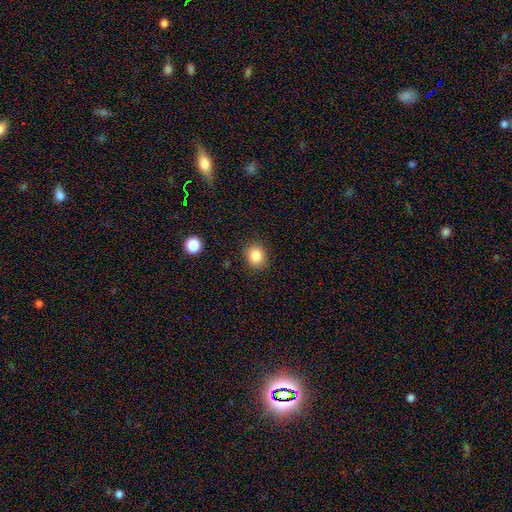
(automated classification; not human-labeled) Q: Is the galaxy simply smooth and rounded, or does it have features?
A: smooth — 85%.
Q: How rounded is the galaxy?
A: round — 74%.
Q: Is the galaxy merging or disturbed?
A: none — 89%.